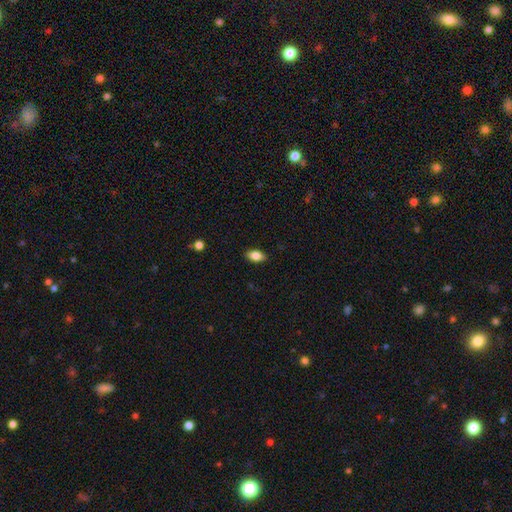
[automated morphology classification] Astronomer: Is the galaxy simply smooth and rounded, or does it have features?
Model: smooth — 83%.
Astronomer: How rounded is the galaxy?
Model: in between — 90%.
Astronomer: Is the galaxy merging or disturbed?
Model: none — 88%.